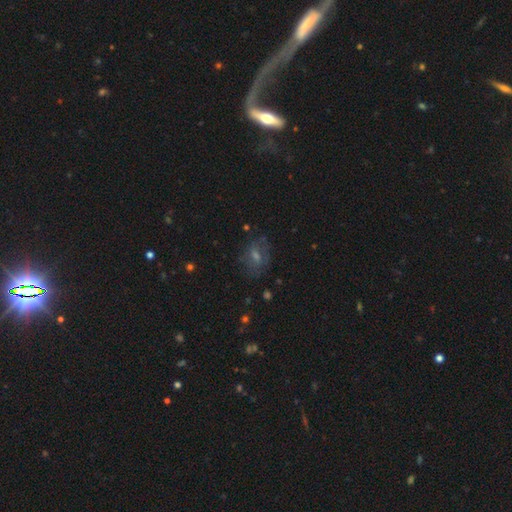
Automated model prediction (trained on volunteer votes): Morphology: type=smooth (40%); merging=none (72%).